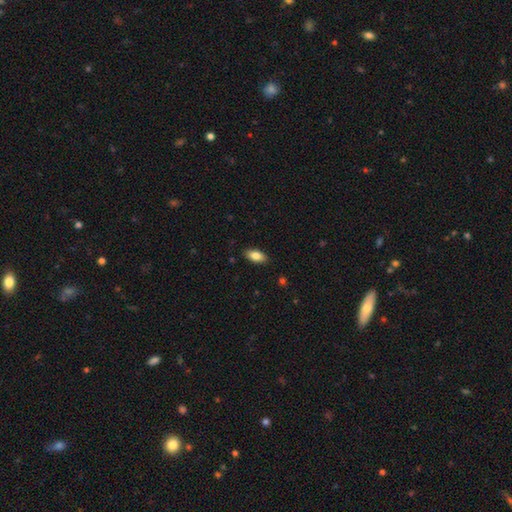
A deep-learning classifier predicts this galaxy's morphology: smooth_or_featured: smooth (p=0.84) [alt: featured or disk p=0.09]
how_rounded: in between (p=0.90) [alt: cigar-shaped p=0.07]
merging: none (p=0.87) [alt: minor disturbance p=0.10]